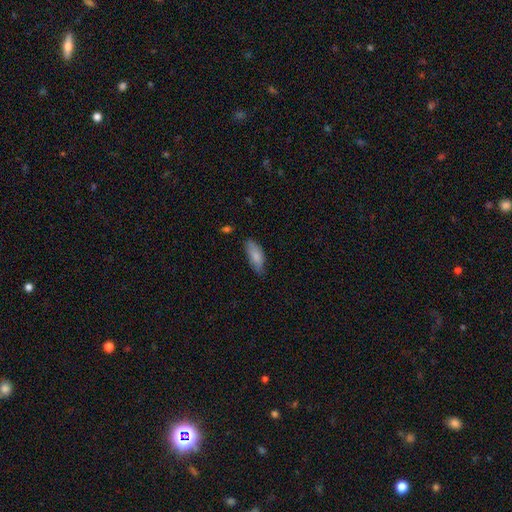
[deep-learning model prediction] smooth 82%, featured or disk 12%, star or artifact 6%. Down the decision tree: how rounded — in between (77%); merging — none (70%).